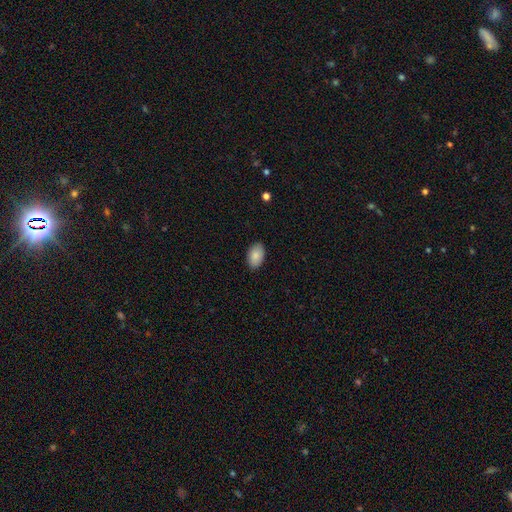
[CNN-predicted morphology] Smooth or featured?
  - smooth: 87% *
  - star or artifact: 7%
  - featured or disk: 6%
How rounded?
  - in between: 92% *
  - round: 7%
  - cigar-shaped: 1%
Merging?
  - none: 88% *
  - minor disturbance: 9%
  - major disturbance: 2%
  - merger: 1%